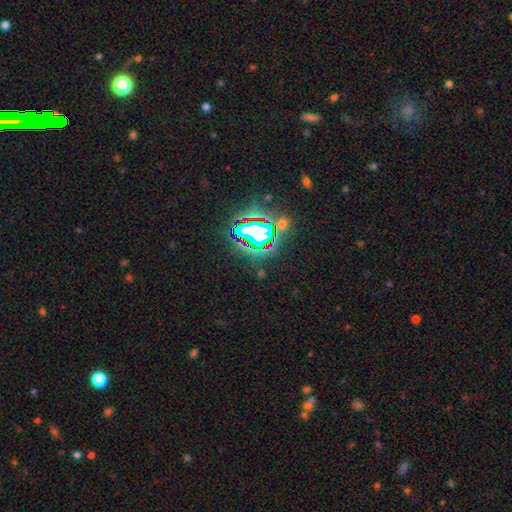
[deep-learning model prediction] Overall: star or artifact (81%).